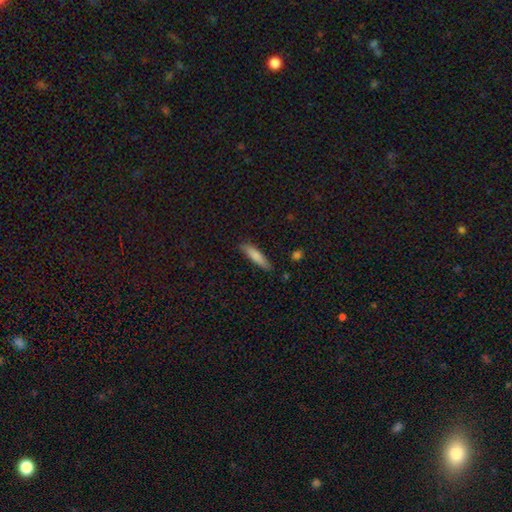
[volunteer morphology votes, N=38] Smooth or featured?
  - smooth: 87% *
  - featured or disk: 8%
  - star or artifact: 5%
How rounded?
  - cigar-shaped: 73% *
  - in between: 21%
  - round: 6%
Merging?
  - none: 86% *
  - minor disturbance: 8%
  - major disturbance: 3%
  - merger: 3%